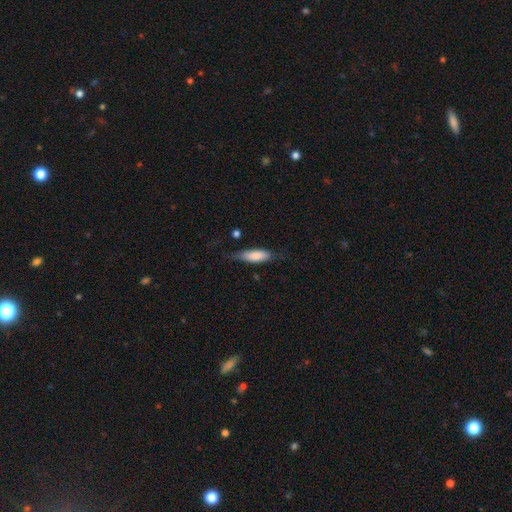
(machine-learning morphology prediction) smooth_or_featured: smooth (p=0.78) [alt: featured or disk p=0.16]
how_rounded: in between (p=0.52) [alt: cigar-shaped p=0.46]
merging: none (p=0.62) [alt: minor disturbance p=0.27]